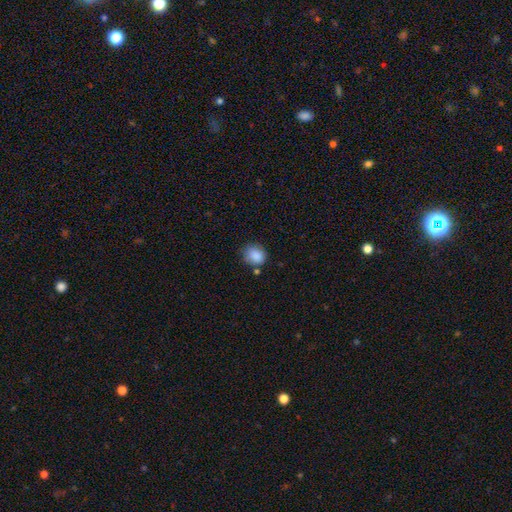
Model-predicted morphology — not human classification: Smooth or featured?
  - smooth: 87% *
  - star or artifact: 9%
  - featured or disk: 5%
How rounded?
  - round: 69% *
  - in between: 30%
  - cigar-shaped: 1%
Merging?
  - none: 68% *
  - minor disturbance: 21%
  - merger: 6%
  - major disturbance: 5%